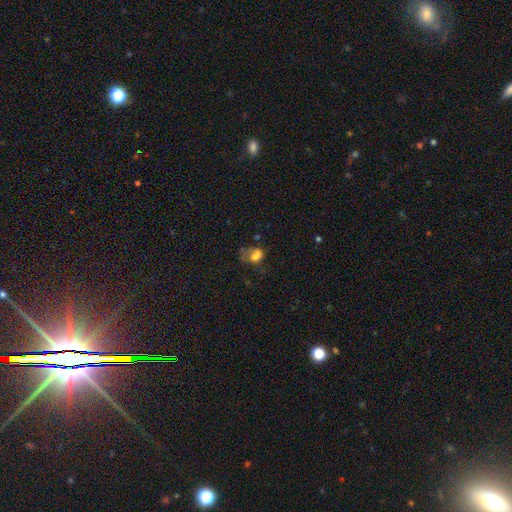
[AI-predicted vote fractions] Smooth or featured? smooth (58%)
How rounded? in between (71%)
Merging? major disturbance (38%)